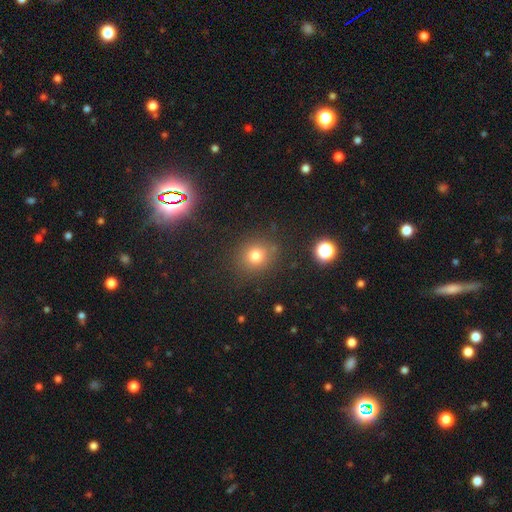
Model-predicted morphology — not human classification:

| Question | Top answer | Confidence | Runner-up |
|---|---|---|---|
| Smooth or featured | smooth | 76% | star or artifact (17%) |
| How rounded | round | 85% | in between (14%) |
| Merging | none | 84% | minor disturbance (9%) |